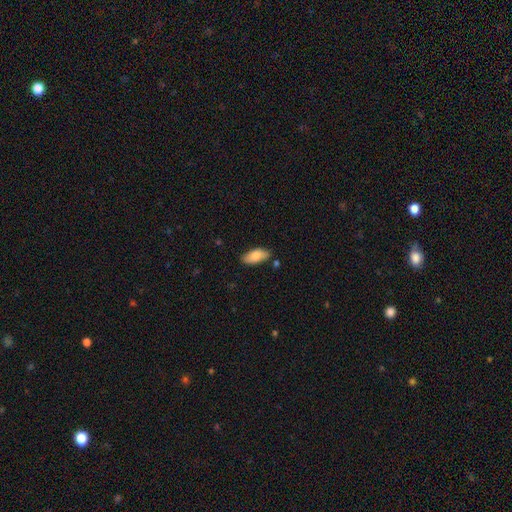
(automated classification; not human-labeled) Smooth or featured? smooth (81%)
How rounded? in between (88%)
Merging? none (80%)